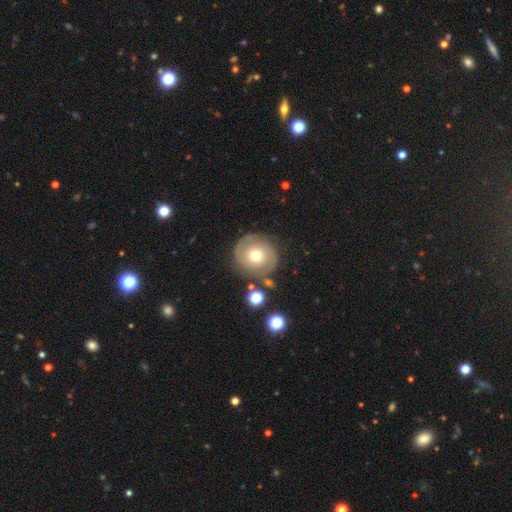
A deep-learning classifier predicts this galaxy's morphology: smooth-or-featured: featured or disk: 56% | smooth: 35% | star or artifact: 9%
  disk-edge-on: no: 97% | yes: 3%
    bar: no: 82% | weak: 15% | strong: 4%
    has-spiral-arms: yes: 77% | no: 23%
    bulge-size: moderate: 71% | small: 20% | large: 6% | dominant: 1% | none: 1%
  merging: none: 78% | minor disturbance: 13% | major disturbance: 5% | merger: 4%